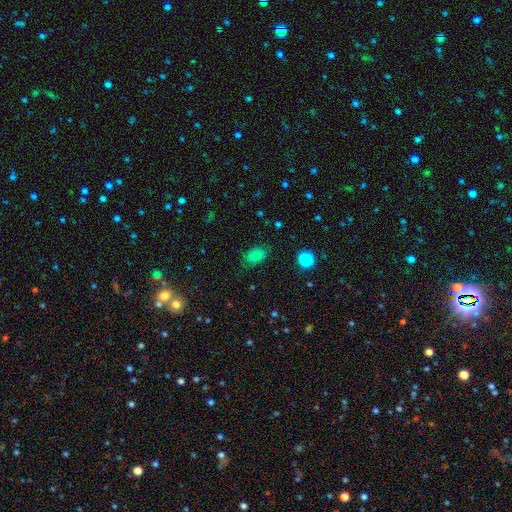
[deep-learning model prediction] This is likely a smooth galaxy (80%). How rounded: clearly in between (85%). Merging: likely none (78%).